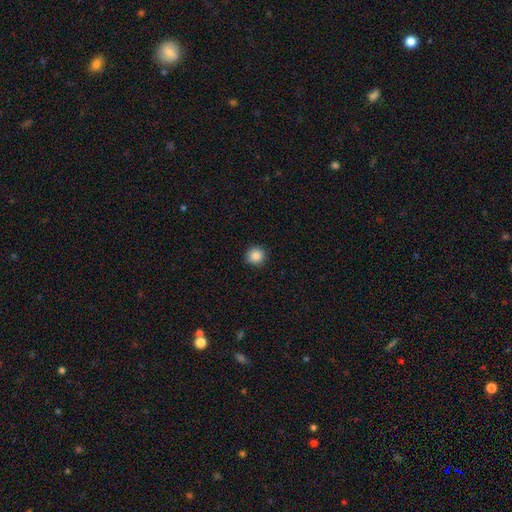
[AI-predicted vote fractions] A smooth galaxy with no disk features (86%) that is round (93%).

Vote fractions:
- Smooth or featured? smooth: 86% / star or artifact: 9% / featured or disk: 4%
- How rounded? round: 93% / in between: 6% / cigar-shaped: 1%
- Merging? none: 91% / minor disturbance: 6% / major disturbance: 2% / merger: 1%